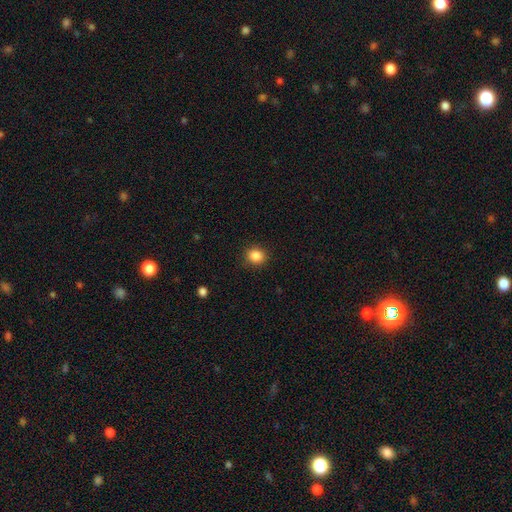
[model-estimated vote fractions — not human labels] Smooth or featured? smooth (86%)
How rounded? round (81%)
Merging? none (89%)